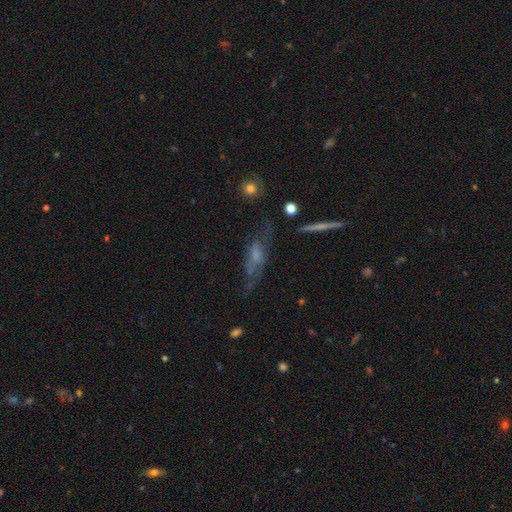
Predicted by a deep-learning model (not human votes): Overall: featured or disk (53%; smooth 36%). Edge-on disk: no (59%; yes 41%). Merging: none (46%; minor disturbance 26%).